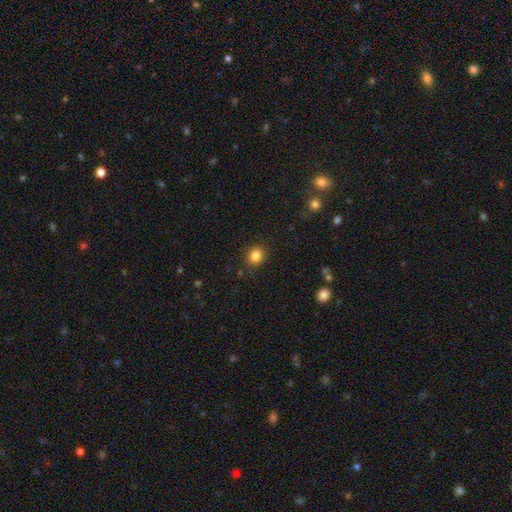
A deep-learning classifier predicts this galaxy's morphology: This is clearly a smooth galaxy (85%). How rounded: likely round (72%). Merging: clearly none (88%).